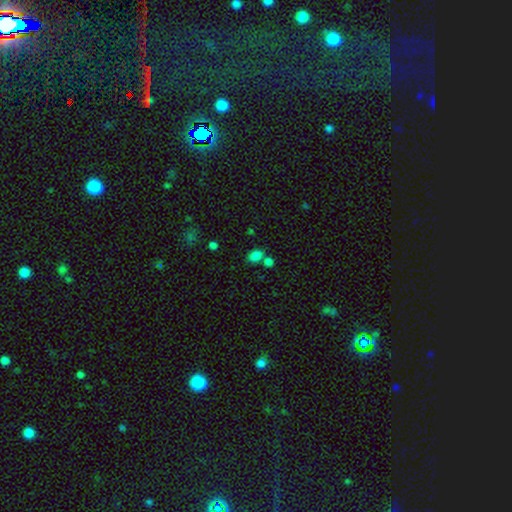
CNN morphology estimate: Smooth or featured? Predicted: smooth (p=0.82). How rounded? Predicted: in between (p=0.75). Merging? Predicted: none (p=0.60).